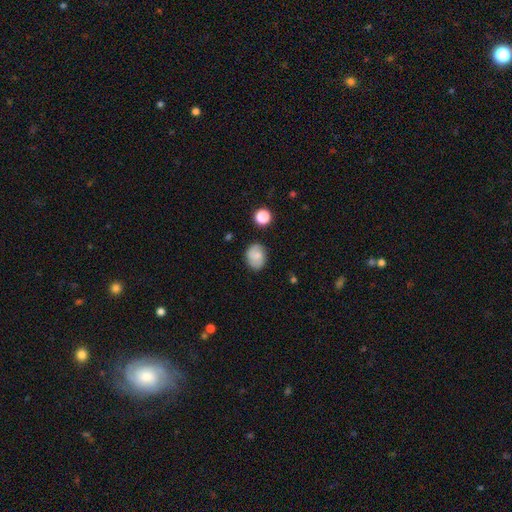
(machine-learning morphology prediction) Smooth or featured: smooth — 66% (featured or disk — 25%)
How rounded: round — 50% (in between — 49%)
Merging: none — 77% (minor disturbance — 16%)